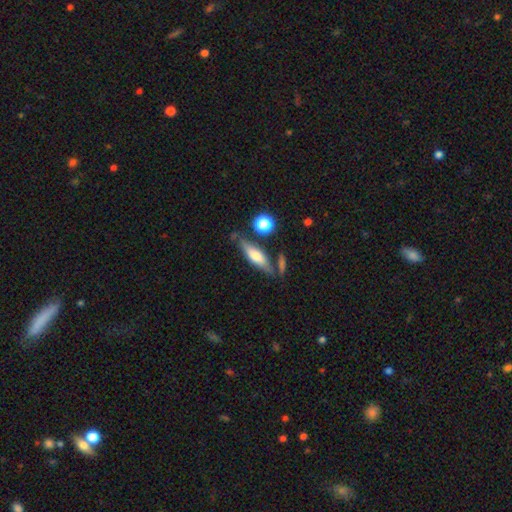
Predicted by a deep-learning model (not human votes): Smooth or featured?
  - smooth: 53% *
  - featured or disk: 39%
  - star or artifact: 8%
How rounded?
  - cigar-shaped: 59% *
  - in between: 37%
  - round: 3%
Merging?
  - none: 72% *
  - minor disturbance: 15%
  - merger: 9%
  - major disturbance: 4%